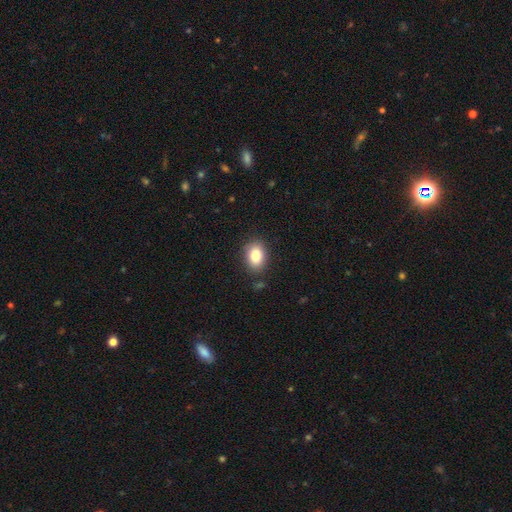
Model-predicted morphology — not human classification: Overall: smooth (82%). How rounded: in between (75%). Merging: none (85%).